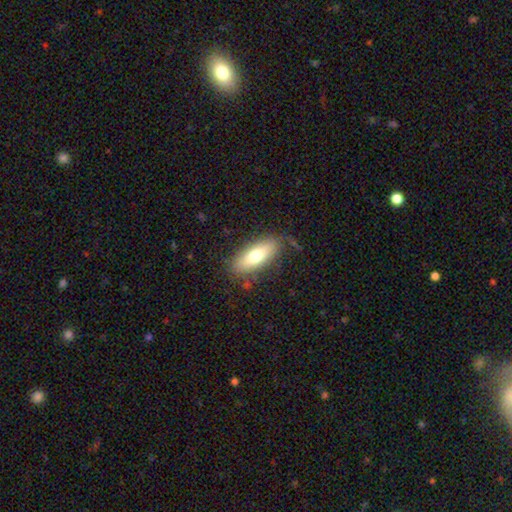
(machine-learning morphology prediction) A smooth galaxy with no disk features (72%) that is in between round and cigar-shaped (72%).

Vote fractions:
- Smooth or featured? smooth: 72% / featured or disk: 21% / star or artifact: 7%
- How rounded? in between: 72% / cigar-shaped: 26% / round: 2%
- Merging? none: 77% / minor disturbance: 16% / major disturbance: 5% / merger: 2%